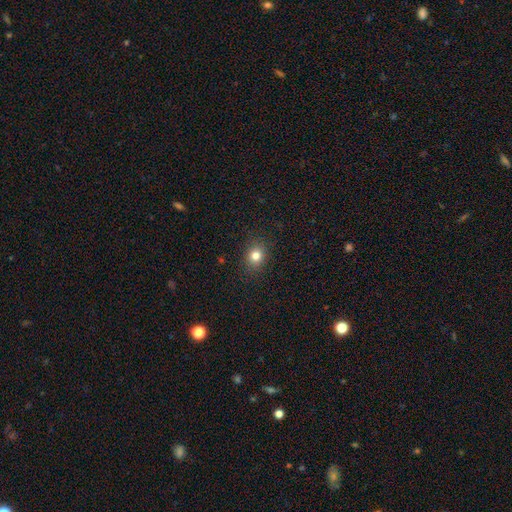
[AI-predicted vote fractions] This appears to be a smooth galaxy with no disk features (80%) that is round (64%). Merging: none (88%).